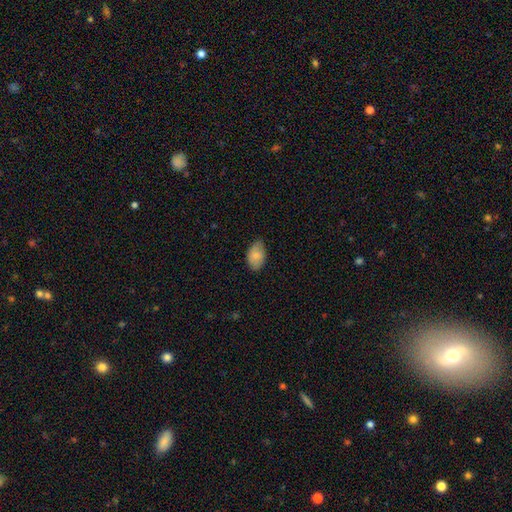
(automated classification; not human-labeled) This appears to be a smooth galaxy with no disk features (83%) that is in between round and cigar-shaped (90%). Merging: none (72%).